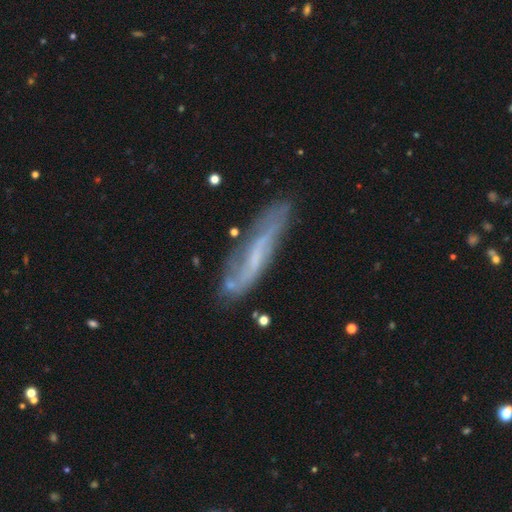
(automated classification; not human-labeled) This is likely a featured or disk galaxy (62%). It is possibly not viewed edge-on (55%). Merging: likely none (68%).